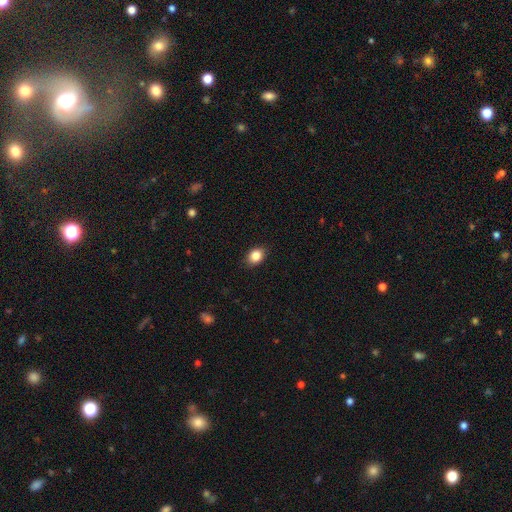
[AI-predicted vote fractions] Q: Smooth or featured?
A: smooth (86%); runner-up: star or artifact (9%)
Q: How rounded?
A: in between (61%); runner-up: round (38%)
Q: Merging?
A: none (88%); runner-up: minor disturbance (9%)